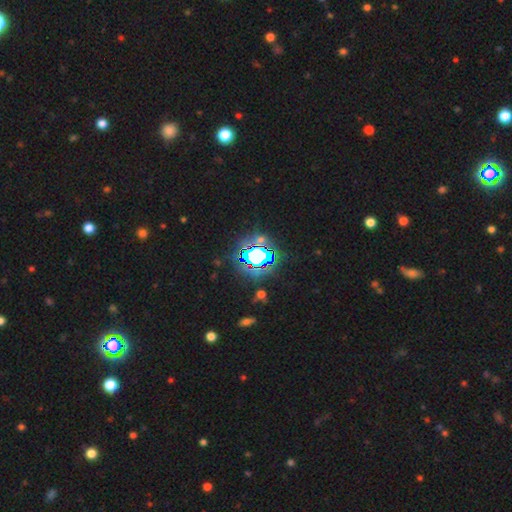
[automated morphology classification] Smooth or featured: star or artifact — 69% (smooth — 19%)